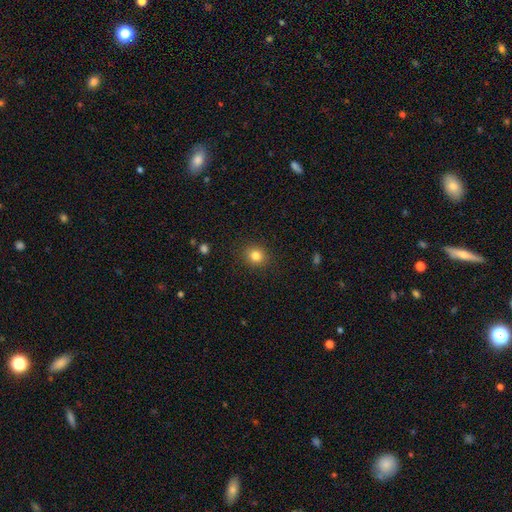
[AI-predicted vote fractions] Smooth or featured? smooth (82%)
How rounded? round (81%)
Merging? none (90%)